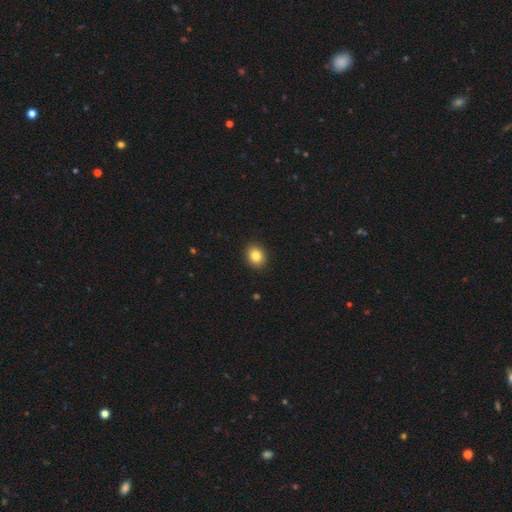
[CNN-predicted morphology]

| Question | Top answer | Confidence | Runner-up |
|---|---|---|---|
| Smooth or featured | smooth | 85% | star or artifact (9%) |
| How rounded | in between | 51% | round (48%) |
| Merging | none | 91% | minor disturbance (6%) |